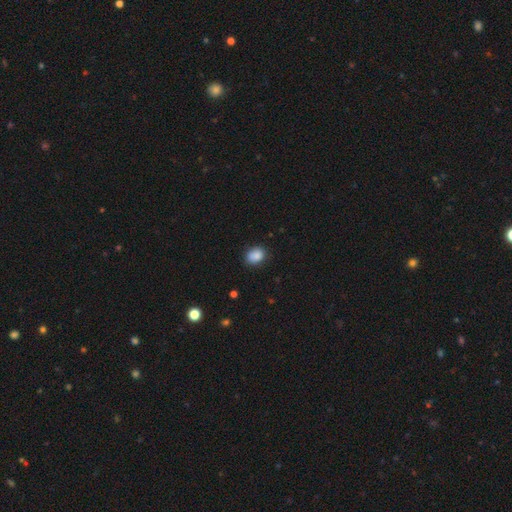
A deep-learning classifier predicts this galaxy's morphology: Overall: smooth (87%). How rounded: in between (60%; round 39%). Merging: none (82%).